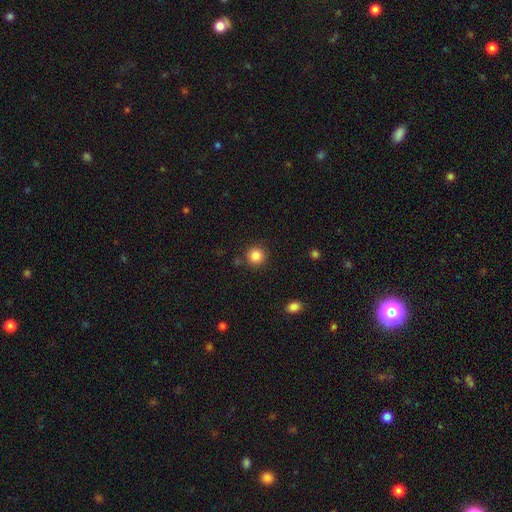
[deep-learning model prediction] Smooth or featured?
  - smooth: 86% *
  - star or artifact: 10%
  - featured or disk: 4%
How rounded?
  - round: 94% *
  - in between: 5%
  - cigar-shaped: 1%
Merging?
  - none: 87% *
  - minor disturbance: 7%
  - merger: 3%
  - major disturbance: 3%